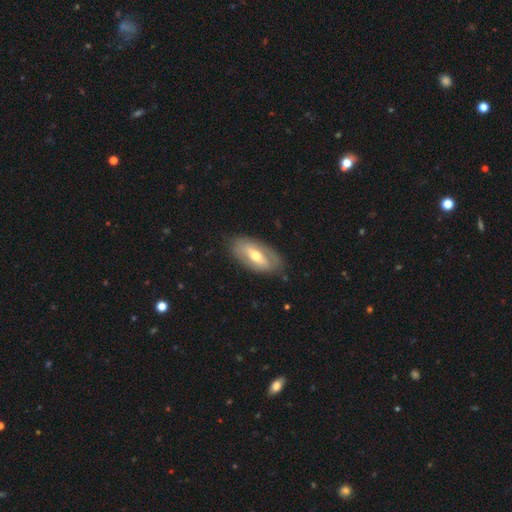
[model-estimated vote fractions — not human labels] Smooth or featured? featured or disk (59%)
Edge-on disk? no (84%)
Merging? none (79%)